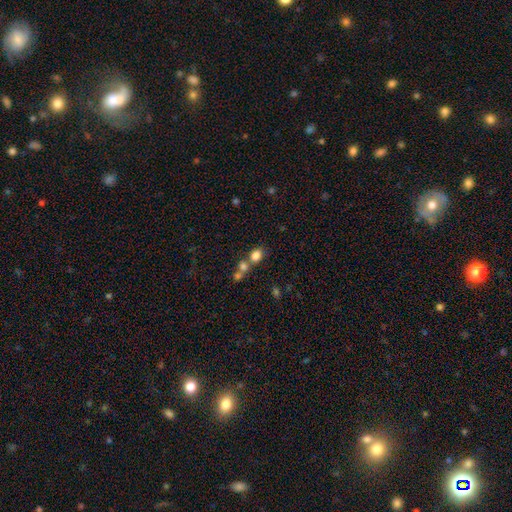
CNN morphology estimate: smooth 79%, star or artifact 12%, featured or disk 9%. Down the decision tree: how rounded — in between (63%); merging — none (43%, tied with merger).